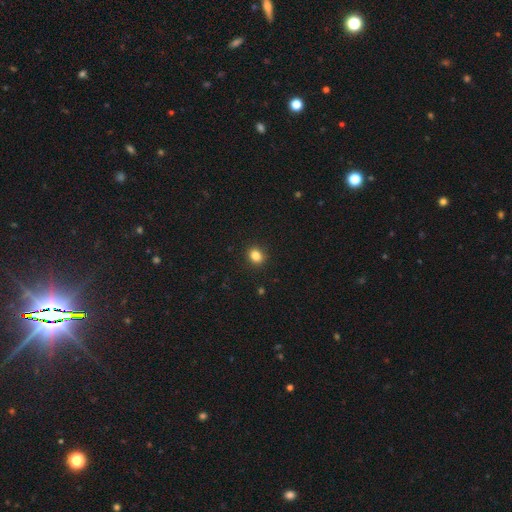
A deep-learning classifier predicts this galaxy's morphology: Smooth or featured? smooth (84%)
How rounded? round (62%)
Merging? none (90%)